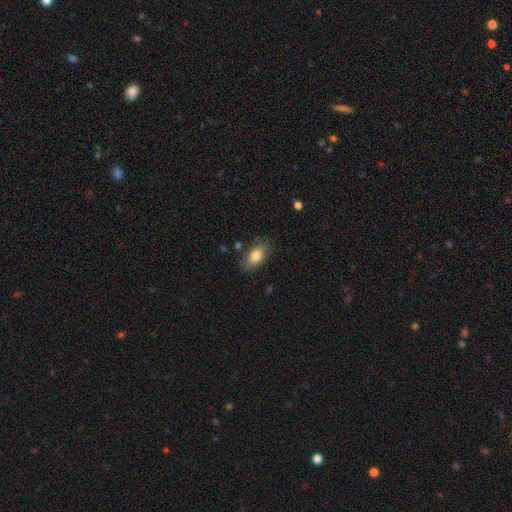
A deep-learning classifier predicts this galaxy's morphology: smooth_or_featured: smooth (p=0.81) [alt: featured or disk p=0.12]
how_rounded: in between (p=0.88) [alt: cigar-shaped p=0.06]
merging: none (p=0.79) [alt: minor disturbance p=0.15]